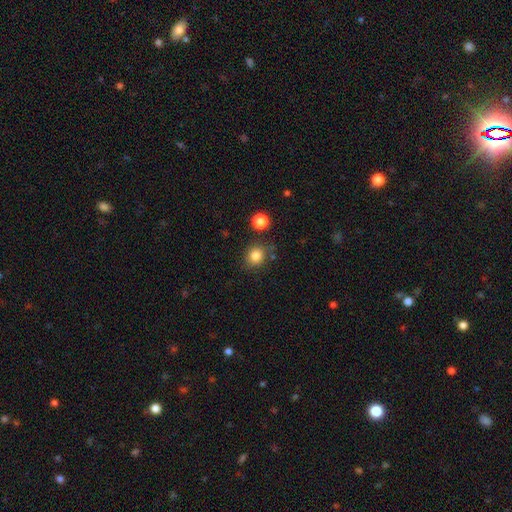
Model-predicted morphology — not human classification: Overall: smooth (83%). How rounded: round (80%). Merging: none (80%).